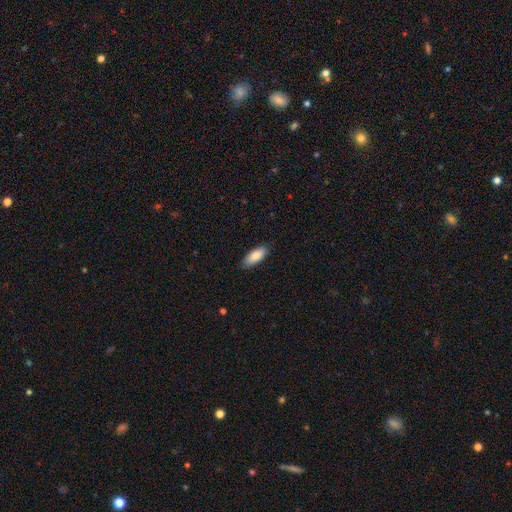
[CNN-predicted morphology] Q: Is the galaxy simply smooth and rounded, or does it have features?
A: smooth — 84%.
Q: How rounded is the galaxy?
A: in between — 80%.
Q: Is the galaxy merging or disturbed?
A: none — 84%.